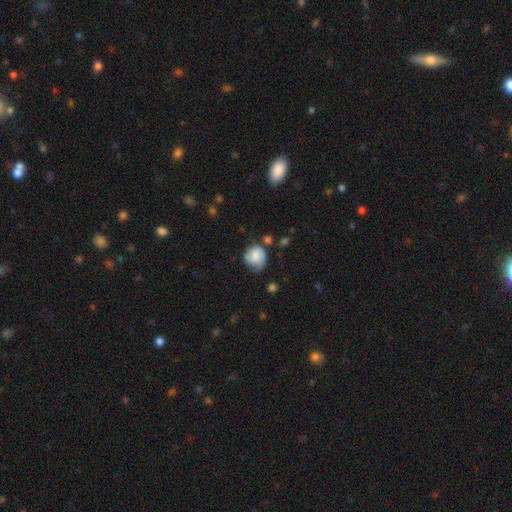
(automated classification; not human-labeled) Morphology: type=smooth (66%); roundness=round (78%); merging=none (51%).